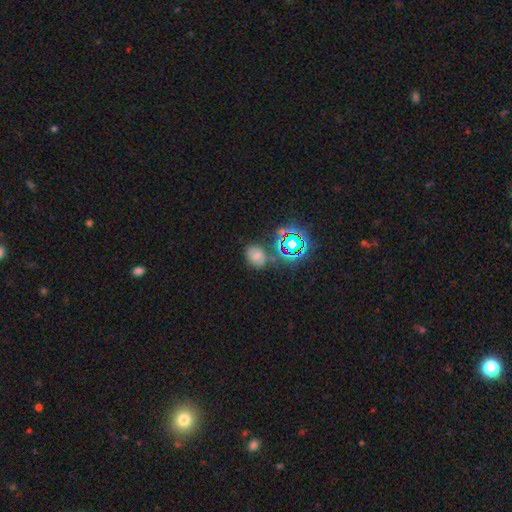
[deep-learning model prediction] Smooth or featured? Predicted: smooth (p=0.51). How rounded? Predicted: in between (p=0.54). Merging? Predicted: none (p=0.67).